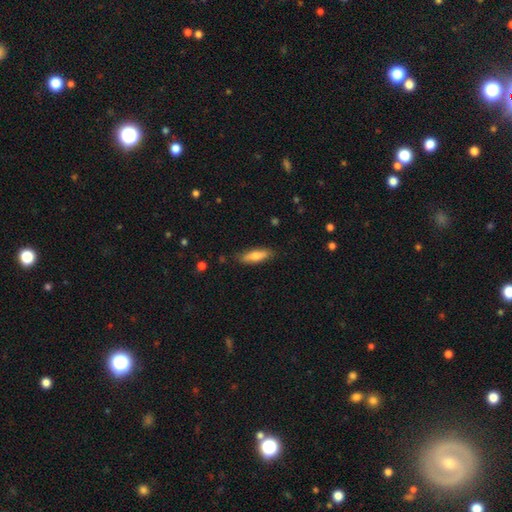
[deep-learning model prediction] smooth 71%, featured or disk 23%, star or artifact 6%. Down the decision tree: how rounded — cigar-shaped (52%); merging — none (83%).